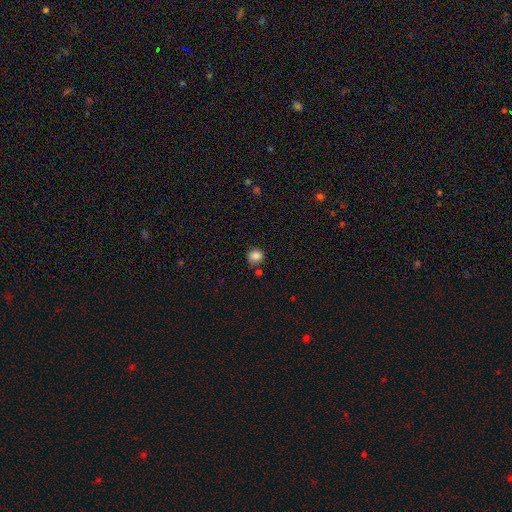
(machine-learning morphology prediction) The model was most divided on "merging": none: 80%, minor disturbance: 11%, merger: 6%, major disturbance: 3%. More confident: how rounded — round (90%); smooth or featured — smooth (85%).